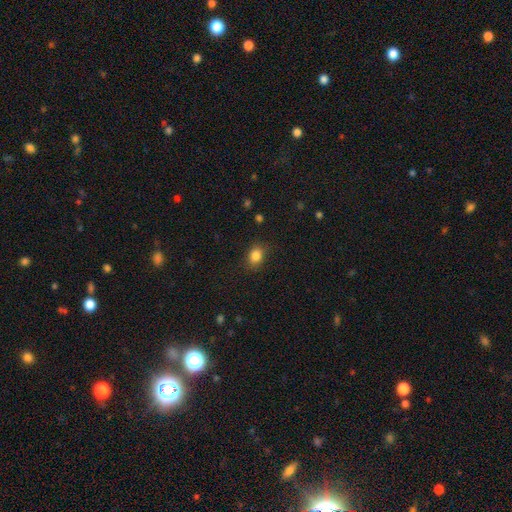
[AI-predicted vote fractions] Morphology: type=smooth (85%); roundness=in between (59%); merging=none (83%).